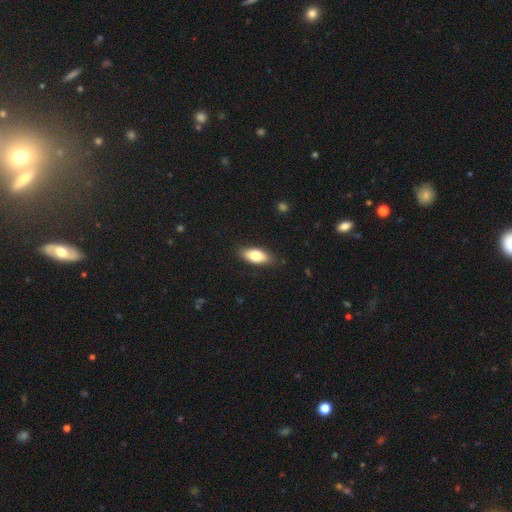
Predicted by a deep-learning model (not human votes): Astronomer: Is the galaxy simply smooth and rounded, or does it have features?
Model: smooth — 81%.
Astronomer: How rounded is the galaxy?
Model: in between — 85%.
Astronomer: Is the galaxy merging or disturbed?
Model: none — 86%.